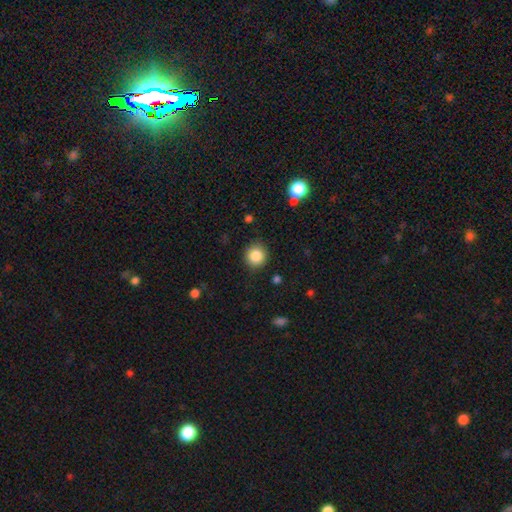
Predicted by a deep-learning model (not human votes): Smooth or featured?
  - smooth: 85% *
  - star or artifact: 10%
  - featured or disk: 5%
How rounded?
  - round: 90% *
  - in between: 9%
  - cigar-shaped: 1%
Merging?
  - none: 87% *
  - minor disturbance: 9%
  - major disturbance: 3%
  - merger: 1%